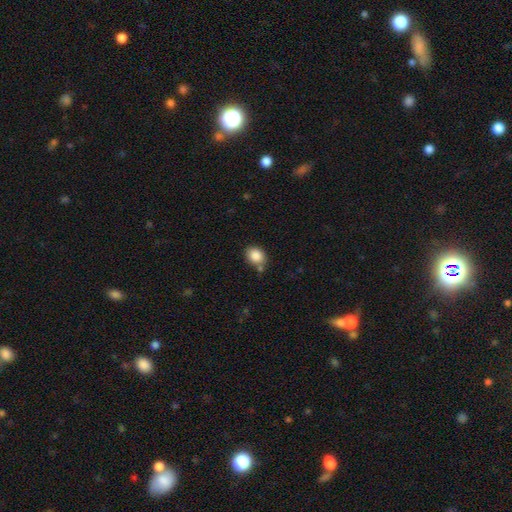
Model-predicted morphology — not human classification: This appears to be a smooth galaxy with no disk features (86%) that is round (54%). Merging: none (69%).